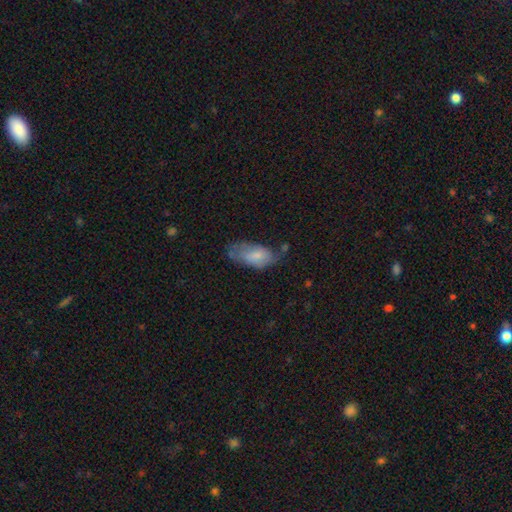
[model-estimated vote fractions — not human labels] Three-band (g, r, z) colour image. It shows a smooth galaxy with no disk features (71%) that is in between round and cigar-shaped (90%). Merging: none (44%).